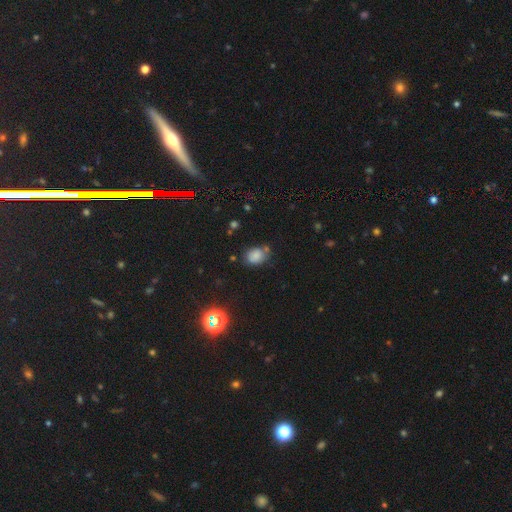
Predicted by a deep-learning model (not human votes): This is likely a smooth galaxy (77%). How rounded: likely in between (62%). Merging: likely none (66%).